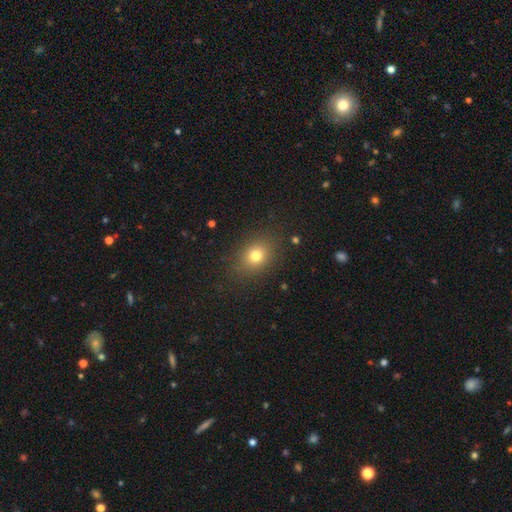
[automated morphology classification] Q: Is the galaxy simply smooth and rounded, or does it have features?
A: smooth — 76%.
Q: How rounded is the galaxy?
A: in between — 54%.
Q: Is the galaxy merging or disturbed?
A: none — 84%.